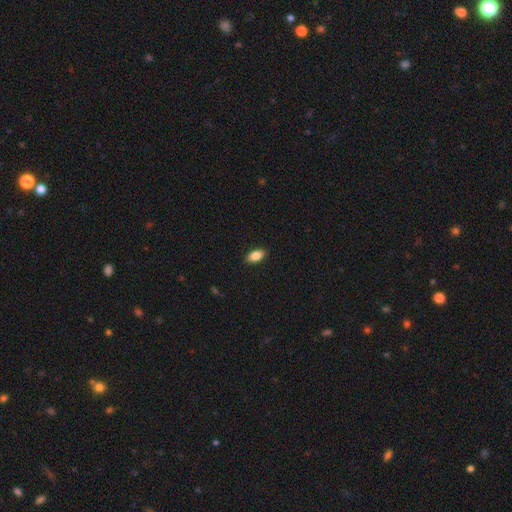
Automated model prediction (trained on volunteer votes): Smooth or featured?
  - smooth: 85% *
  - star or artifact: 8%
  - featured or disk: 7%
How rounded?
  - in between: 91% *
  - cigar-shaped: 5%
  - round: 4%
Merging?
  - none: 89% *
  - minor disturbance: 8%
  - major disturbance: 2%
  - merger: 1%